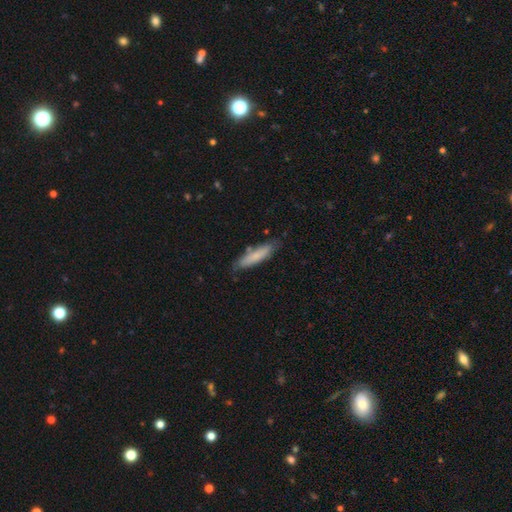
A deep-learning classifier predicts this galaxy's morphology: This is likely a smooth galaxy (76%). How rounded: clearly cigar-shaped (81%). Merging: likely none (78%).